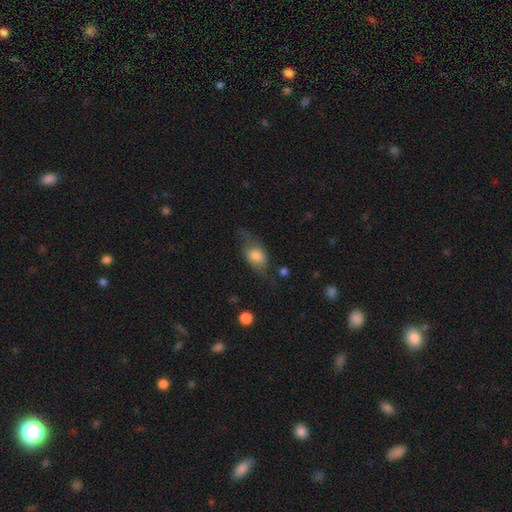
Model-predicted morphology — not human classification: smooth-or-featured: smooth: 66% | featured or disk: 27% | star or artifact: 7%
  how-rounded: in between: 76% | round: 20% | cigar-shaped: 5%
  merging: none: 49% | minor disturbance: 28% | major disturbance: 20% | merger: 3%